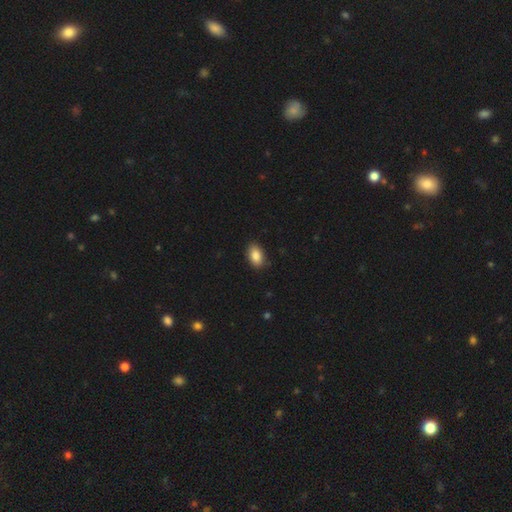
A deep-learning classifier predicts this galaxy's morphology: smooth-or-featured: smooth: 87% | star or artifact: 8% | featured or disk: 5%
  how-rounded: in between: 90% | round: 8% | cigar-shaped: 2%
  merging: none: 87% | minor disturbance: 10% | major disturbance: 2% | merger: 1%